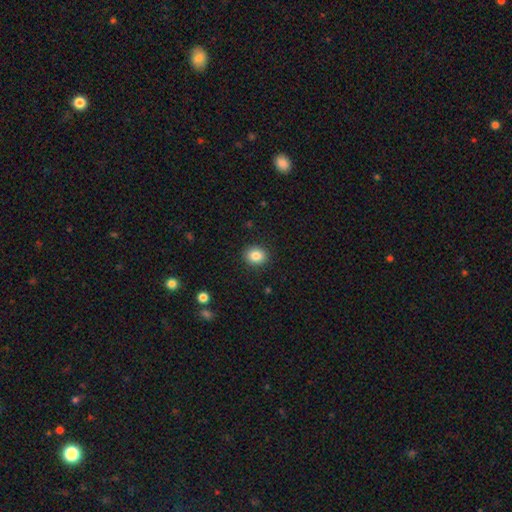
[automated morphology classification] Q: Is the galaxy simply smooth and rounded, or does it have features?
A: smooth — 85%.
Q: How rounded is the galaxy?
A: round — 74%.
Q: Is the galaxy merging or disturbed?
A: none — 91%.